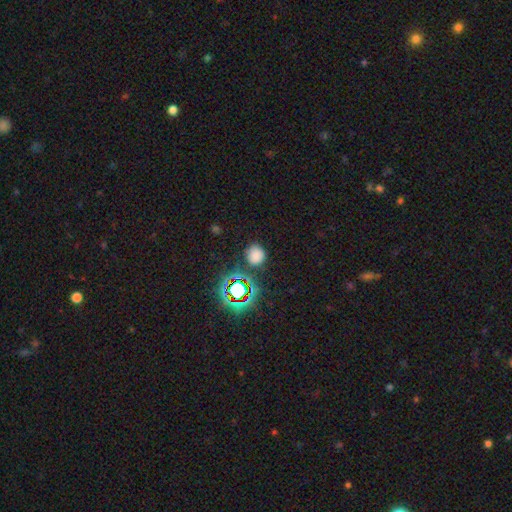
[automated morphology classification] Smooth or featured? smooth (70%)
How rounded? round (87%)
Merging? none (80%)